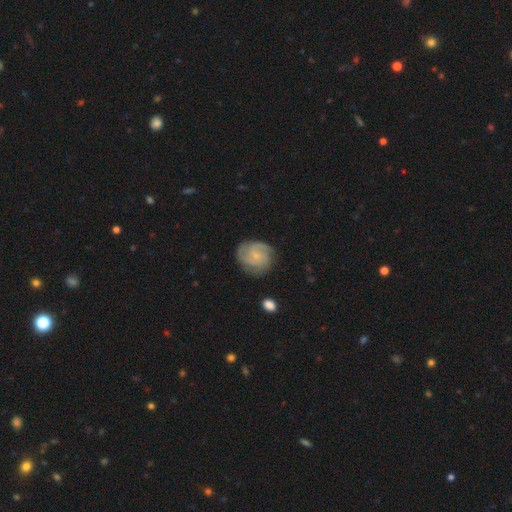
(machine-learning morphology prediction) Smooth or featured?
  - featured or disk: 73% *
  - smooth: 21%
  - star or artifact: 6%
Edge-on disk?
  - no: 98% *
  - yes: 2%
Bar?
  - no: 72% *
  - weak: 24%
  - strong: 3%
Spiral arms?
  - yes: 94% *
  - no: 6%
Spiral winding?
  - tight: 51% *
  - medium: 38%
  - loose: 11%
Spiral arm count?
  - 3: 37% *
  - 2: 23%
  - can't tell: 22%
  - 4: 8%
  - 1: 6%
  - more than 4: 5%
Bulge size?
  - small: 79% *
  - moderate: 13%
  - none: 6%
  - large: 1%
  - dominant: 1%
Merging?
  - none: 74% *
  - minor disturbance: 18%
  - major disturbance: 6%
  - merger: 2%